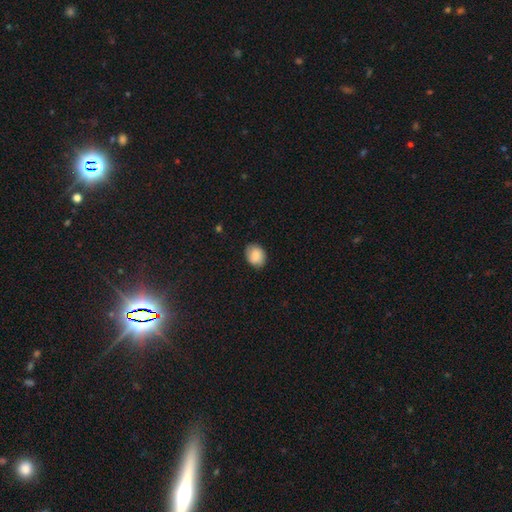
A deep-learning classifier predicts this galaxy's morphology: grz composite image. It shows a smooth galaxy with no disk features (87%) that is in between round and cigar-shaped (57%). Merging: none (82%).